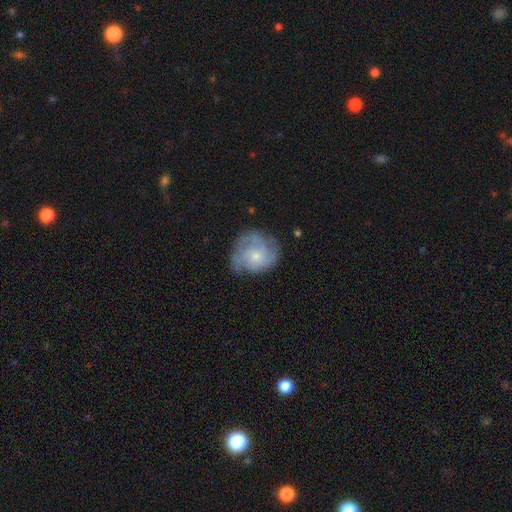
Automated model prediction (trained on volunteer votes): smooth-or-featured: featured or disk: 58% | smooth: 35% | star or artifact: 8%
  disk-edge-on: no: 98% | yes: 2%
    bar: no: 80% | weak: 18% | strong: 2%
    has-spiral-arms: yes: 80% | no: 20%
    bulge-size: small: 59% | moderate: 34% | none: 4% | large: 2% | dominant: 1%
  merging: none: 63% | minor disturbance: 24% | major disturbance: 11% | merger: 2%